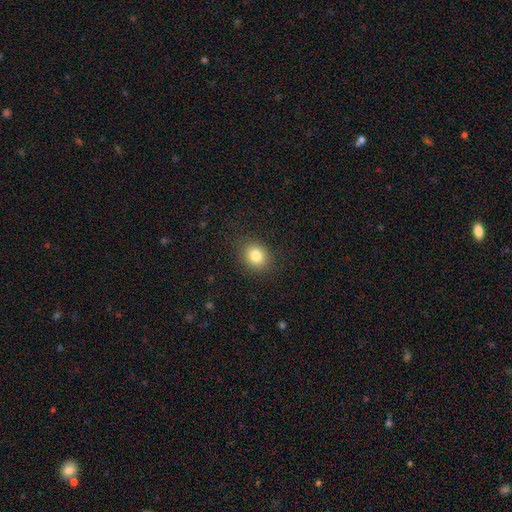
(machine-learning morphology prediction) Q: Smooth or featured?
A: smooth (82%); runner-up: star or artifact (11%)
Q: How rounded?
A: round (63%); runner-up: in between (36%)
Q: Merging?
A: none (87%); runner-up: minor disturbance (9%)